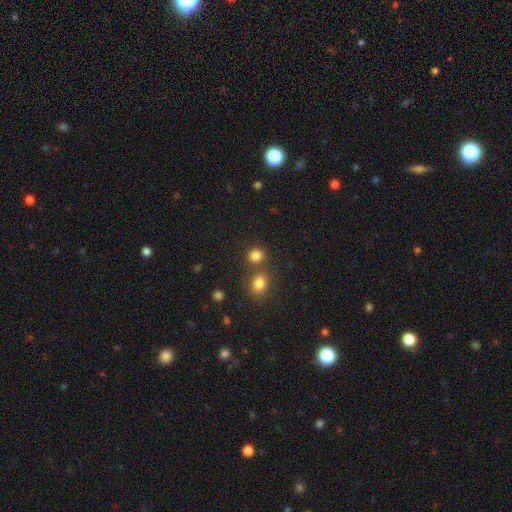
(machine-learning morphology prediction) The model was most divided on "merging": none: 65%, merger: 24%, minor disturbance: 8%, major disturbance: 3%. More confident: smooth or featured — smooth (82%); how rounded — round (78%).